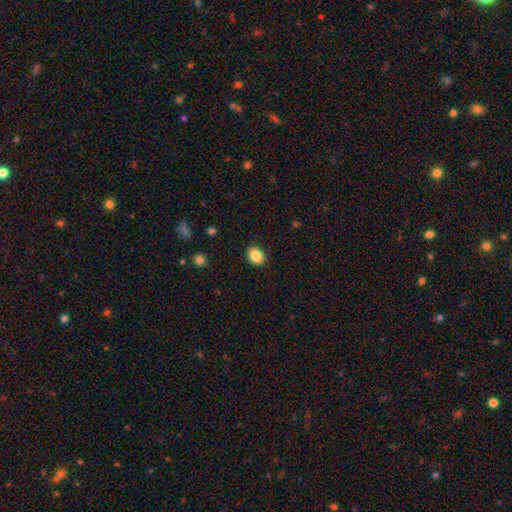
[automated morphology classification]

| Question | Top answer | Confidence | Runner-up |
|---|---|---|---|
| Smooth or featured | smooth | 86% | star or artifact (9%) |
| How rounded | in between | 55% | round (44%) |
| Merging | none | 90% | minor disturbance (7%) |